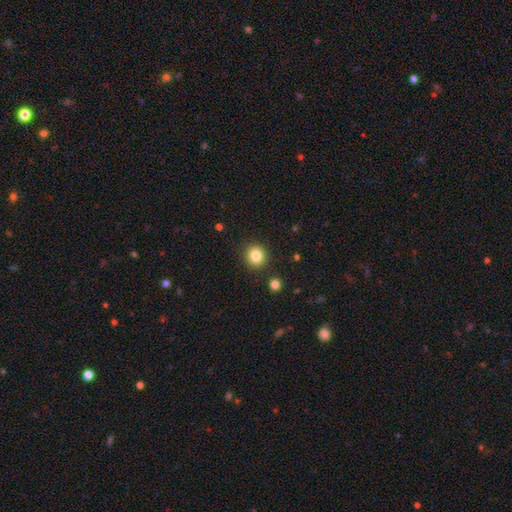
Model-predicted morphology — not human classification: The model was most divided on "smooth or featured": smooth: 83%, star or artifact: 11%, featured or disk: 6%. More confident: how rounded — round (91%); merging — none (90%).